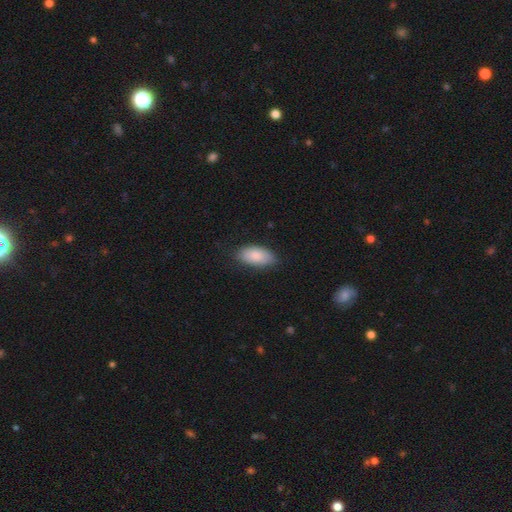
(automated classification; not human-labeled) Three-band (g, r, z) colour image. It shows a smooth galaxy with no disk features (87%) that is in between round and cigar-shaped (94%). Merging: none (79%).